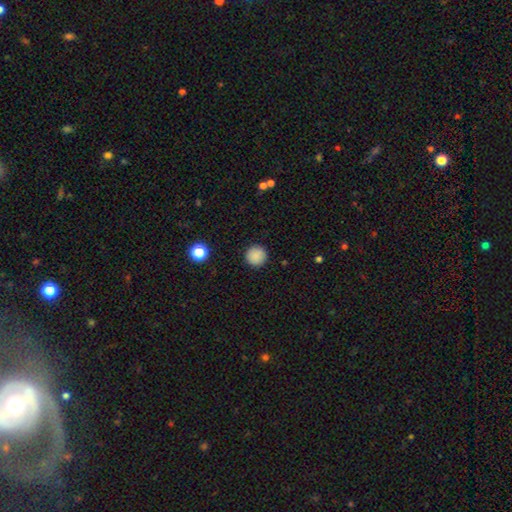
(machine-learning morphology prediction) Smooth or featured: smooth — 87% (star or artifact — 10%)
How rounded: round — 96% (in between — 3%)
Merging: none — 92% (minor disturbance — 5%)